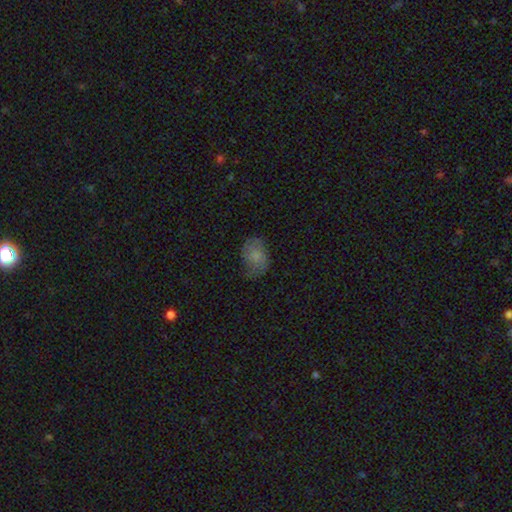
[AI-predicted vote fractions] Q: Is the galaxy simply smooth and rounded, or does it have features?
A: smooth — 71%.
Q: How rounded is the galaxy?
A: in between — 75%.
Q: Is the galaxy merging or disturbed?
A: none — 53%.